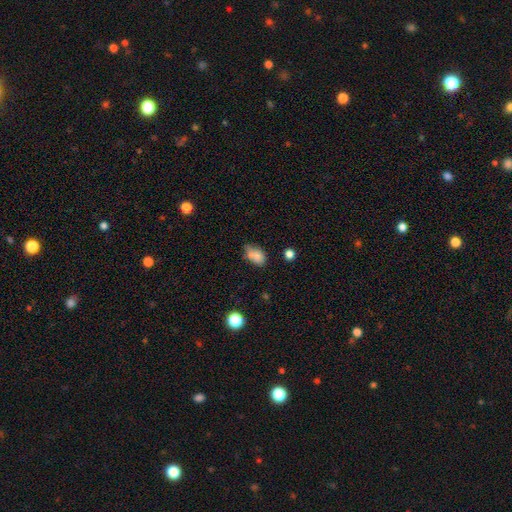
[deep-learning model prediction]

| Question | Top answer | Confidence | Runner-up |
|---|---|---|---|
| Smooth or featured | smooth | 77% | featured or disk (12%) |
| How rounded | in between | 80% | round (18%) |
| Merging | none | 45% | minor disturbance (27%) |